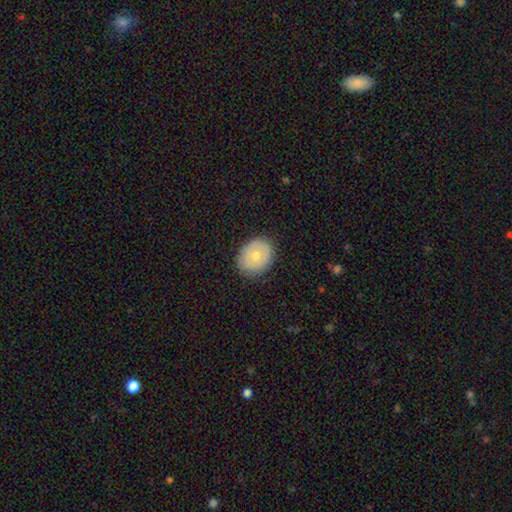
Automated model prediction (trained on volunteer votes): Overall: smooth (63%; featured or disk 30%). How rounded: round (54%; in between 45%). Merging: none (84%).